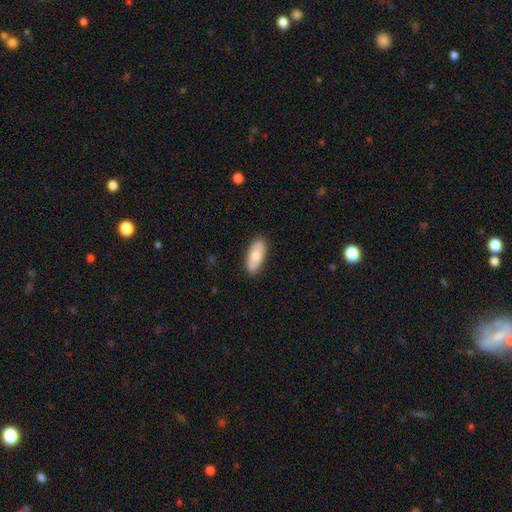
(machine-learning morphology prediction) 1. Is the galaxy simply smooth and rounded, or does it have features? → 73% smooth, 22% featured or disk, 5% star or artifact.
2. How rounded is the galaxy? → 83% in between, 14% cigar-shaped, 2% round.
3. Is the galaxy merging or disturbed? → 87% none, 10% minor disturbance, 2% major disturbance, 1% merger.